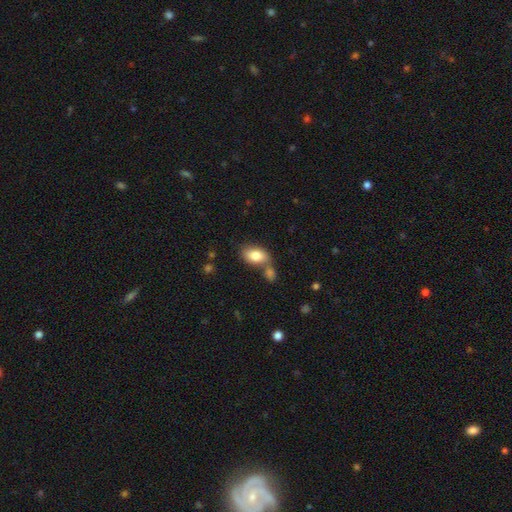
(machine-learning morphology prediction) type=smooth (81%); roundness=in between (89%); merging=none (45%).